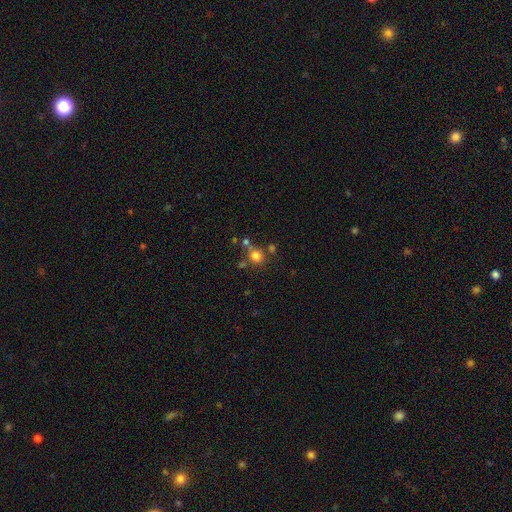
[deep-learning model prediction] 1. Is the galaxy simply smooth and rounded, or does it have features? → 76% smooth, 16% star or artifact, 9% featured or disk.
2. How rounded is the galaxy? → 86% round, 13% in between, 1% cigar-shaped.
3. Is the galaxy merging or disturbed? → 62% none, 22% merger, 11% minor disturbance, 5% major disturbance.